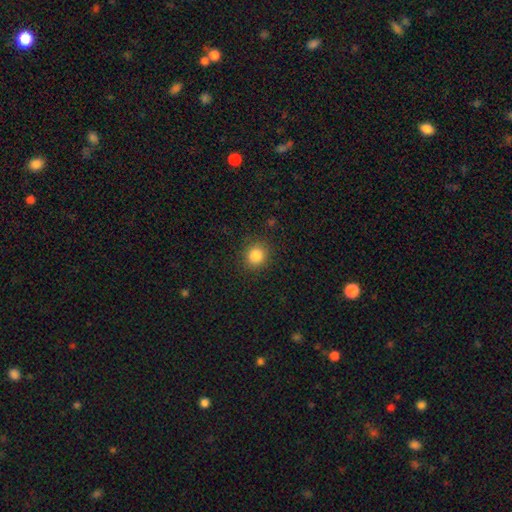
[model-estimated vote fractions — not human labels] Q: Smooth or featured?
A: smooth (85%); runner-up: star or artifact (11%)
Q: How rounded?
A: round (83%); runner-up: in between (16%)
Q: Merging?
A: none (88%); runner-up: minor disturbance (8%)